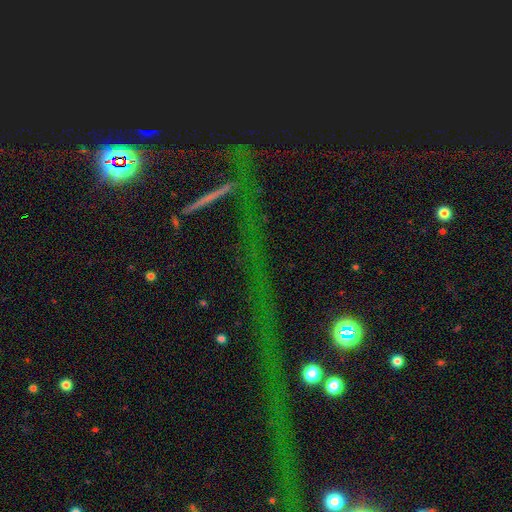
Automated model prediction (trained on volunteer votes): smooth-or-featured: star or artifact: 68% | featured or disk: 18% | smooth: 14%